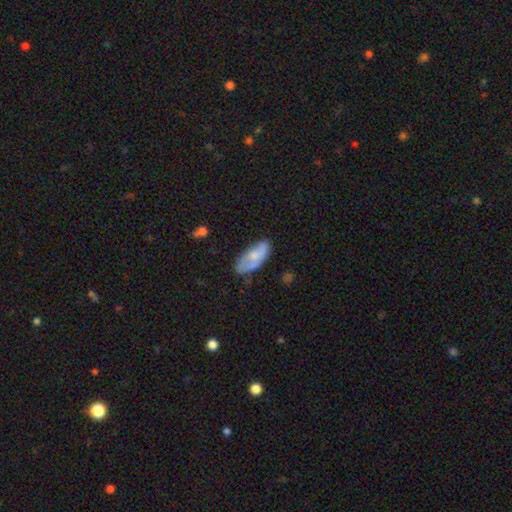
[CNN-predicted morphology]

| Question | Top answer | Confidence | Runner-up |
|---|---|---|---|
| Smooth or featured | smooth | 64% | featured or disk (29%) |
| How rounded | in between | 84% | cigar-shaped (14%) |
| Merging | none | 55% | minor disturbance (30%) |